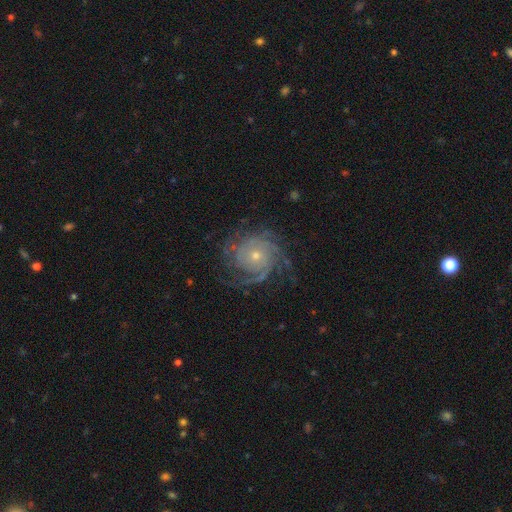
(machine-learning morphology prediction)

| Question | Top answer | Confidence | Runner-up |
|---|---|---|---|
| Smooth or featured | featured or disk | 87% | smooth (7%) |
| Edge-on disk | no | 97% | yes (3%) |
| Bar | no | 80% | weak (17%) |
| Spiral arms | yes | 96% | no (4%) |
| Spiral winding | tight | 65% | medium (28%) |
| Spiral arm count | can't tell | 26% | 3 (25%) |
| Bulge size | small | 60% | moderate (36%) |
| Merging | none | 71% | minor disturbance (16%) |